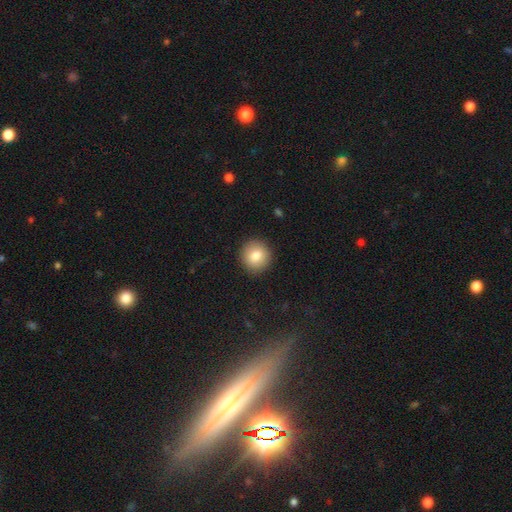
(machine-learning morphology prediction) A smooth galaxy with no disk features (82%) that is round (92%).

Vote fractions:
- Smooth or featured? smooth: 82% / featured or disk: 9% / star or artifact: 9%
- How rounded? round: 92% / in between: 8% / cigar-shaped: 1%
- Merging? none: 91% / minor disturbance: 6% / major disturbance: 2% / merger: 1%